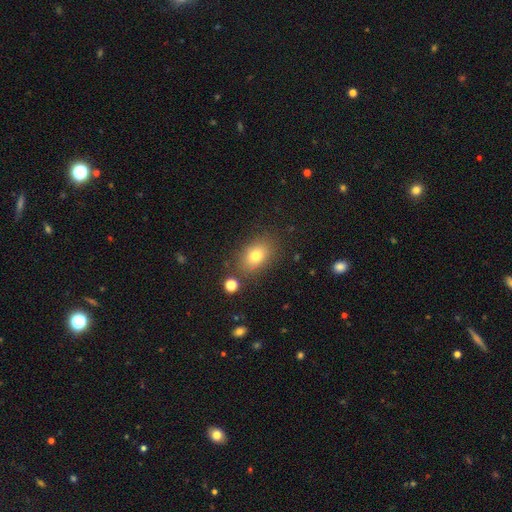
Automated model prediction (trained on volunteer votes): A smooth galaxy with no disk features (77%) that is in between round and cigar-shaped (79%). Merging: none (80%).